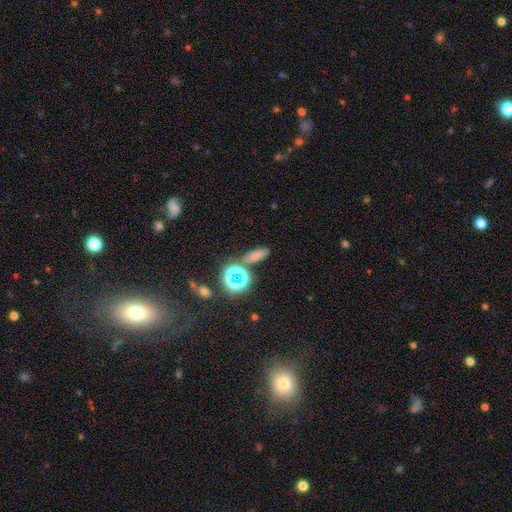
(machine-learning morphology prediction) smooth_or_featured: smooth (p=0.62) [alt: star or artifact p=0.28]
how_rounded: in between (p=0.60) [alt: cigar-shaped p=0.24]
merging: none (p=0.74) [alt: minor disturbance p=0.13]